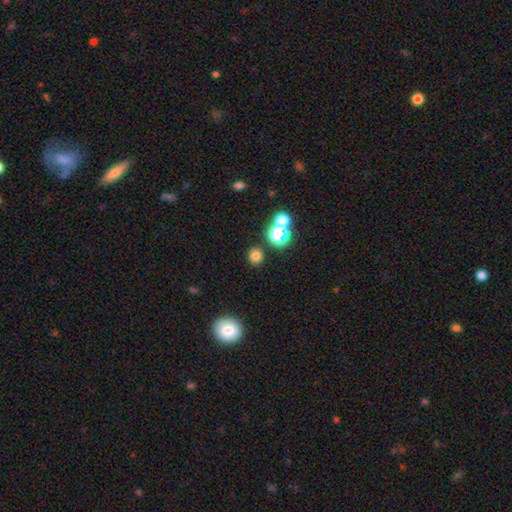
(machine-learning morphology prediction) A smooth galaxy with no disk features (74%) that is round (88%).

Vote fractions:
- Smooth or featured? smooth: 74% / star or artifact: 20% / featured or disk: 6%
- How rounded? round: 88% / in between: 11% / cigar-shaped: 1%
- Merging? none: 86% / minor disturbance: 7% / merger: 5% / major disturbance: 3%